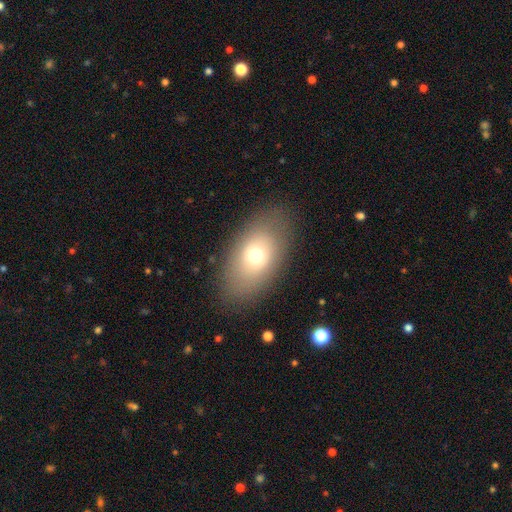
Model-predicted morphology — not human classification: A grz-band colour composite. It shows a smooth galaxy with no disk features (67%) that is in between round and cigar-shaped (86%). Merging: none (83%).